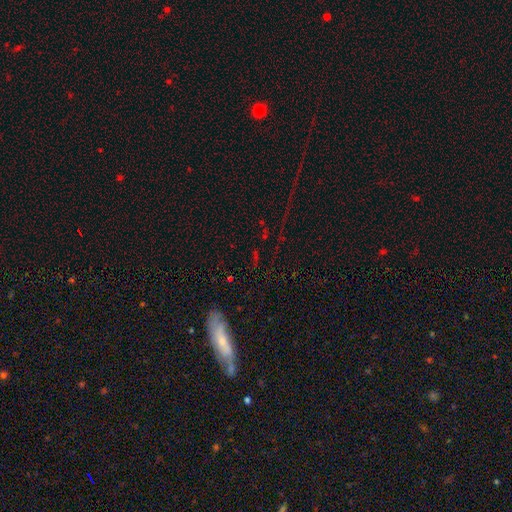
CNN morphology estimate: A star or artifact, not a galaxy (67%).